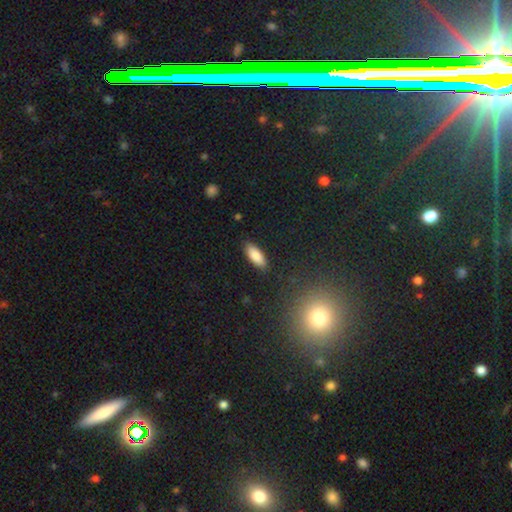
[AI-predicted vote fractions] The model was most divided on "how rounded": in between: 78%, cigar-shaped: 20%, round: 2%. More confident: merging — none (88%); smooth or featured — smooth (85%).